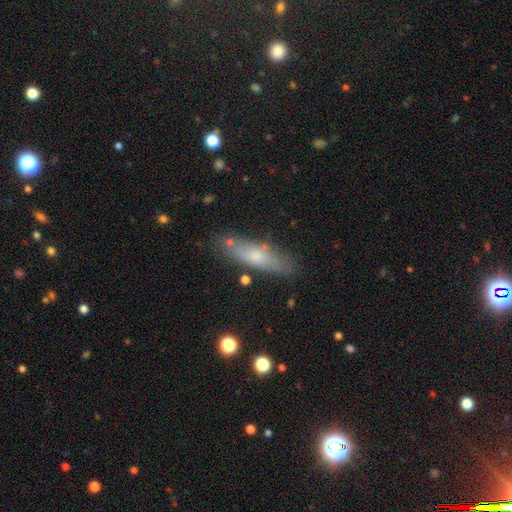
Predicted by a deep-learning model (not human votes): Smooth or featured? smooth (65%)
How rounded? cigar-shaped (57%)
Merging? none (76%)